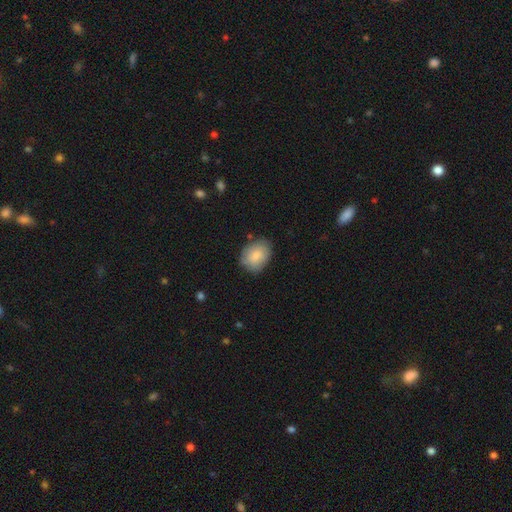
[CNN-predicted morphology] smooth-or-featured: smooth: 77% | featured or disk: 16% | star or artifact: 7%
  how-rounded: in between: 65% | round: 34% | cigar-shaped: 1%
  merging: none: 73% | minor disturbance: 20% | major disturbance: 5% | merger: 2%